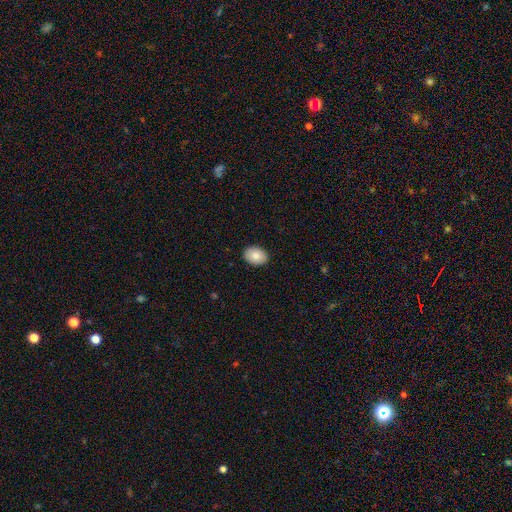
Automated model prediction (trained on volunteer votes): Overall: smooth (84%). How rounded: in between (75%). Merging: none (90%).